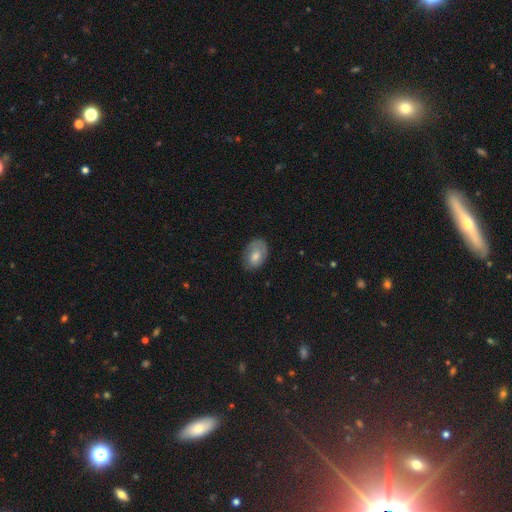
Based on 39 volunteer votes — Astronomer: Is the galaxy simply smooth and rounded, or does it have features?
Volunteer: smooth — 59% (runner-up: featured or disk, 38%).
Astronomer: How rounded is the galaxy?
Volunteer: in between — 78%.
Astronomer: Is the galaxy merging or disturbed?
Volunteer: none — 61%.